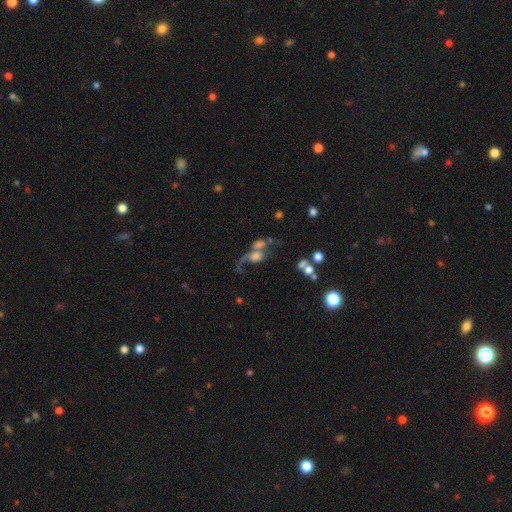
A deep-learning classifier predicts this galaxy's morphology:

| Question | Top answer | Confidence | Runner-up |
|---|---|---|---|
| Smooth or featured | featured or disk | 43% | smooth (41%) |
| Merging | merger | 50% | major disturbance (25%) |